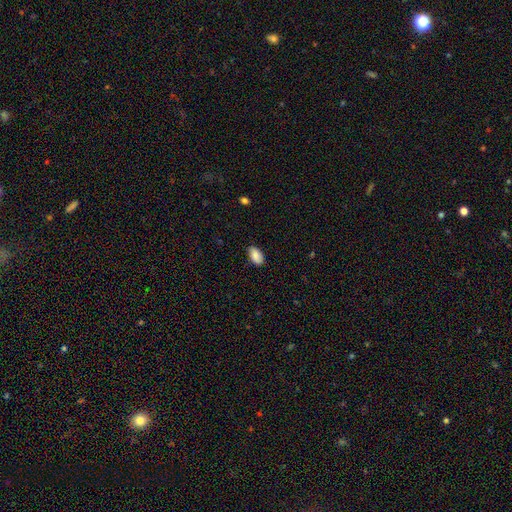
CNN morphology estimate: Smooth or featured? Predicted: smooth (p=0.87). How rounded? Predicted: in between (p=0.94). Merging? Predicted: none (p=0.84).